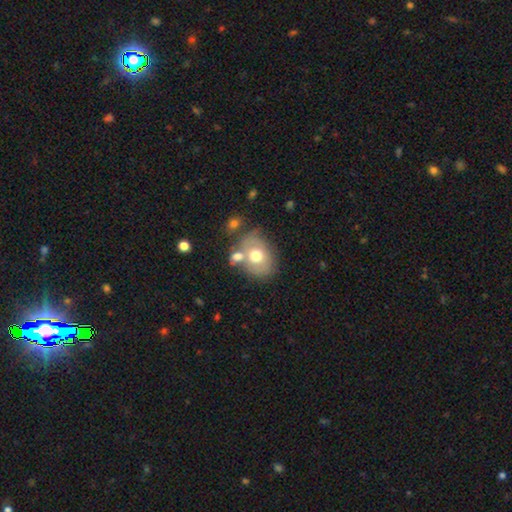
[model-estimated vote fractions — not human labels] smooth-or-featured: smooth: 62% | featured or disk: 29% | star or artifact: 9%
  how-rounded: in between: 60% | round: 39% | cigar-shaped: 1%
  merging: none: 51% | merger: 26% | minor disturbance: 16% | major disturbance: 7%